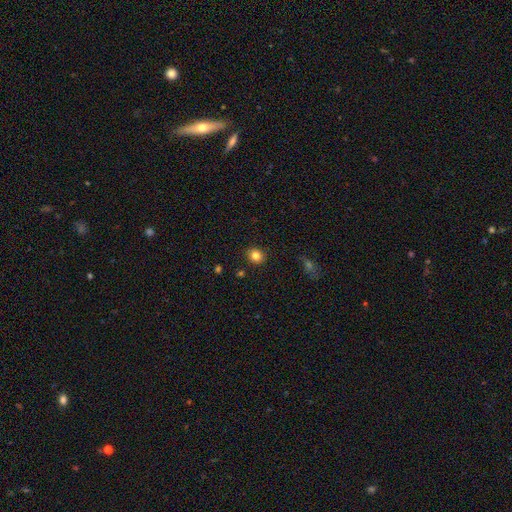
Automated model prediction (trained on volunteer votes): Q: Smooth or featured?
A: smooth (83%); runner-up: star or artifact (11%)
Q: How rounded?
A: round (82%); runner-up: in between (17%)
Q: Merging?
A: none (90%); runner-up: minor disturbance (7%)